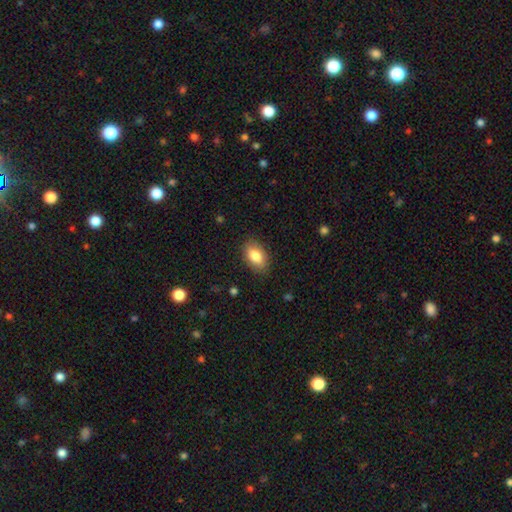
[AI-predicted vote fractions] This appears to be a smooth galaxy with no disk features (84%) that is in between round and cigar-shaped (91%). Merging: none (85%).